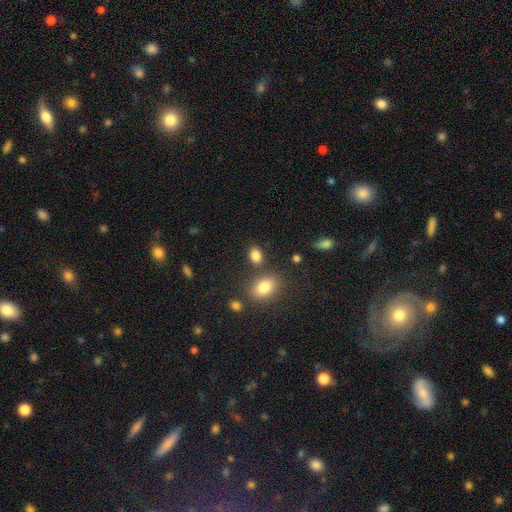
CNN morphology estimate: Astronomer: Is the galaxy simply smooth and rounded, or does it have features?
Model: smooth — 84%.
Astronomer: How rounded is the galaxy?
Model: in between — 77%.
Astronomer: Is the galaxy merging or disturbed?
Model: none — 75%.